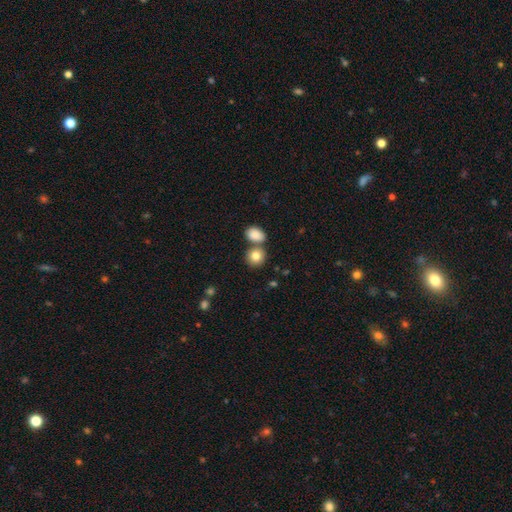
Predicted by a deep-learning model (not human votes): The model was most divided on "merging": none: 60%, merger: 29%, minor disturbance: 8%, major disturbance: 3%. More confident: smooth or featured — smooth (83%); how rounded — round (77%).